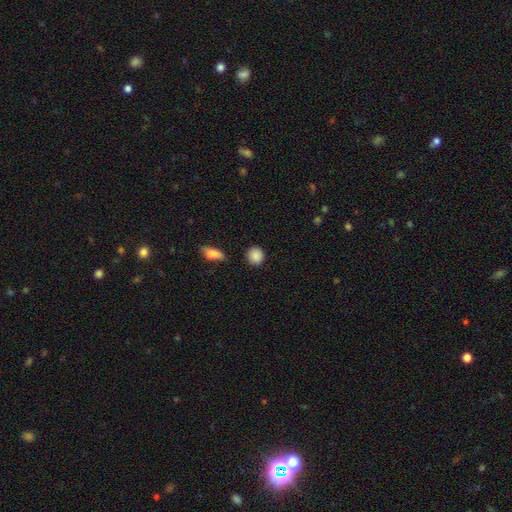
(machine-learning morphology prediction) A smooth galaxy with no disk features (89%) that is round (86%).

Vote fractions:
- Smooth or featured? smooth: 89% / star or artifact: 8% / featured or disk: 3%
- How rounded? round: 86% / in between: 13% / cigar-shaped: 2%
- Merging? none: 88% / minor disturbance: 8% / major disturbance: 2% / merger: 2%